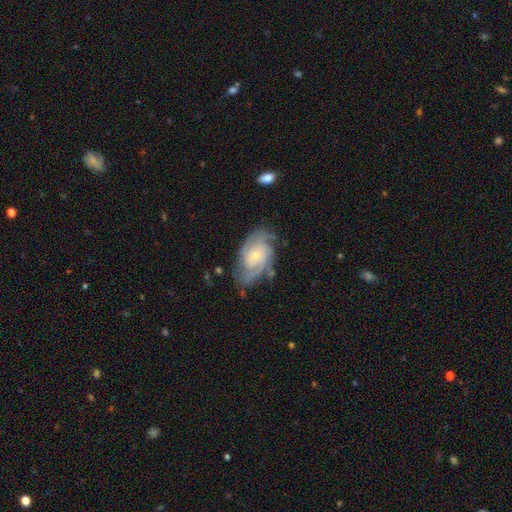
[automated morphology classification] Smooth or featured? featured or disk (86%)
Edge-on disk? no (97%)
Bar? no (70%)
Spiral arms? yes (96%)
Spiral winding? tight (56%)
Spiral arm count? 2 (30%)
Bulge size? small (67%)
Merging? none (70%)